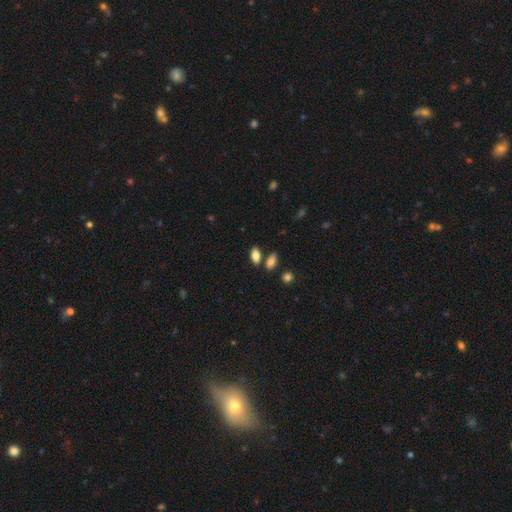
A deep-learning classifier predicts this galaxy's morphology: The model was most divided on "merging": none: 72%, merger: 14%, minor disturbance: 11%, major disturbance: 3%. More confident: how rounded — in between (89%); smooth or featured — smooth (83%).